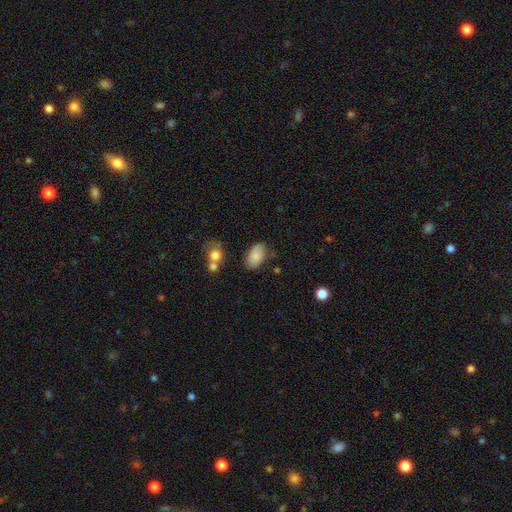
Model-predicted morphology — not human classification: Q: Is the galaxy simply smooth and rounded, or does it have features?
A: smooth — 79%.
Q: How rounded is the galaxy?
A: in between — 92%.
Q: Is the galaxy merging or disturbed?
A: none — 65%.